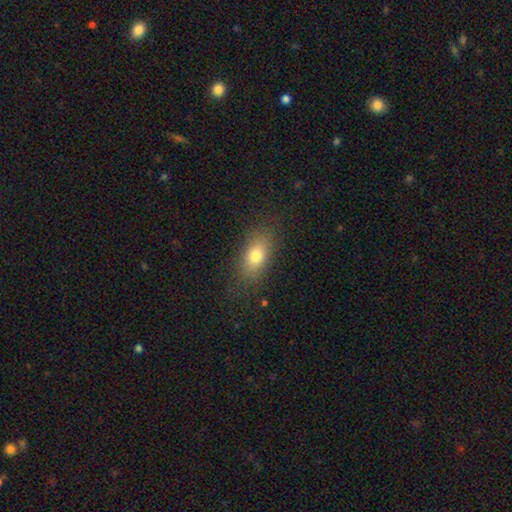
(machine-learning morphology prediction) A smooth galaxy with no disk features (77%) that is in between round and cigar-shaped (82%). Merging: none (82%).